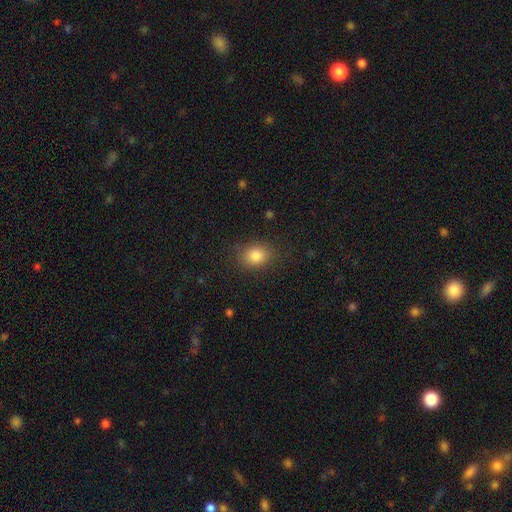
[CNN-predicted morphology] Smooth or featured?
  - smooth: 84% *
  - star or artifact: 11%
  - featured or disk: 6%
How rounded?
  - round: 62% *
  - in between: 37%
  - cigar-shaped: 1%
Merging?
  - none: 85% *
  - minor disturbance: 11%
  - major disturbance: 4%
  - merger: 1%